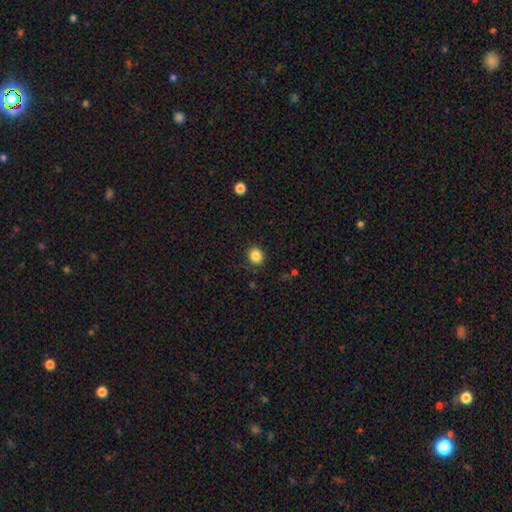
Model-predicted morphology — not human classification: type=smooth (85%); roundness=round (65%); merging=none (88%).